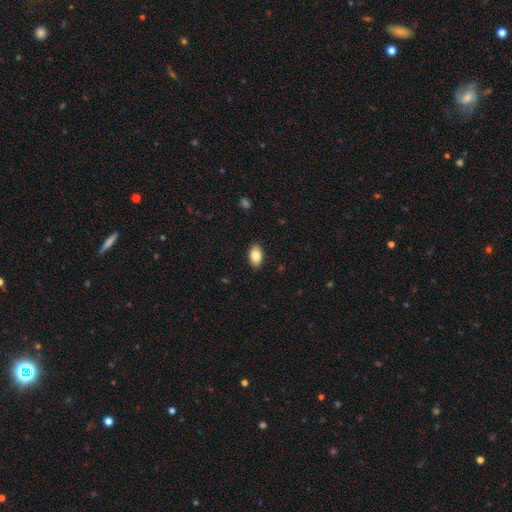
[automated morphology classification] Smooth or featured? Predicted: smooth (p=0.84). How rounded? Predicted: in between (p=0.93). Merging? Predicted: none (p=0.89).